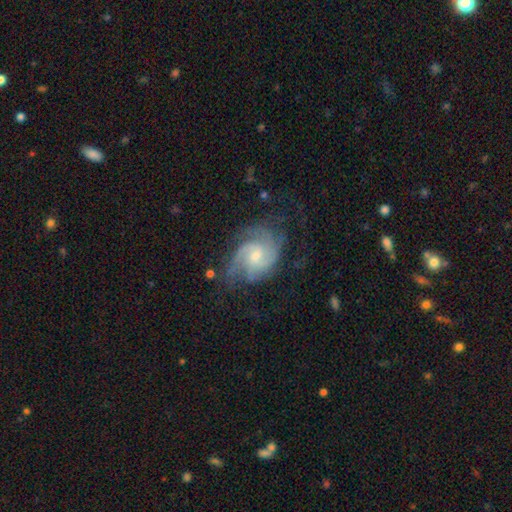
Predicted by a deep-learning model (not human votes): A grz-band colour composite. It shows a featured or disk galaxy (86%) with no bar (55%), 3 (33%) medium (45%) spiral arms (97%) and a small central bulge (48%). Merging: none (64%).